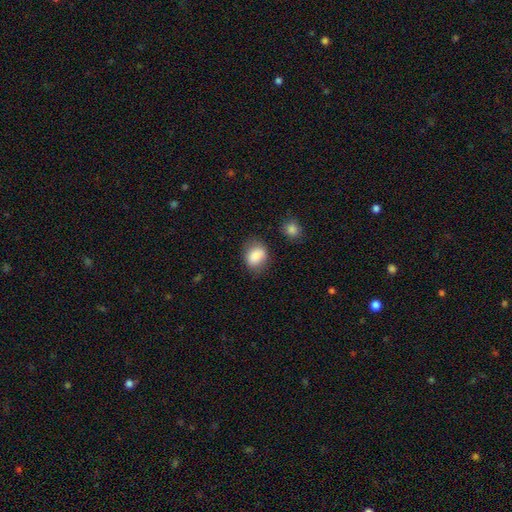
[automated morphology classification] A smooth galaxy with no disk features (85%) that is in between round and cigar-shaped (61%). Merging: none (73%).